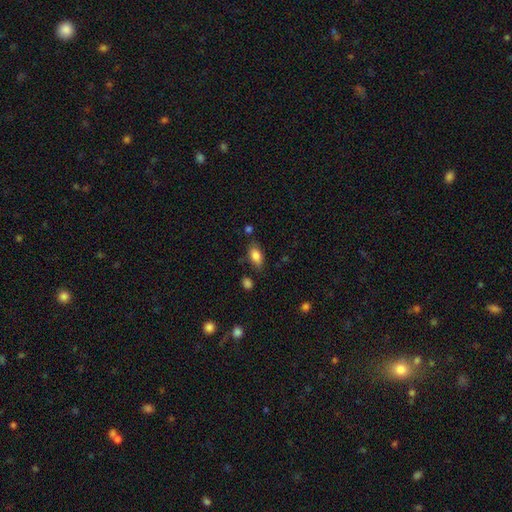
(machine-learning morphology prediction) Overall: smooth (82%). How rounded: in between (89%). Merging: none (73%).